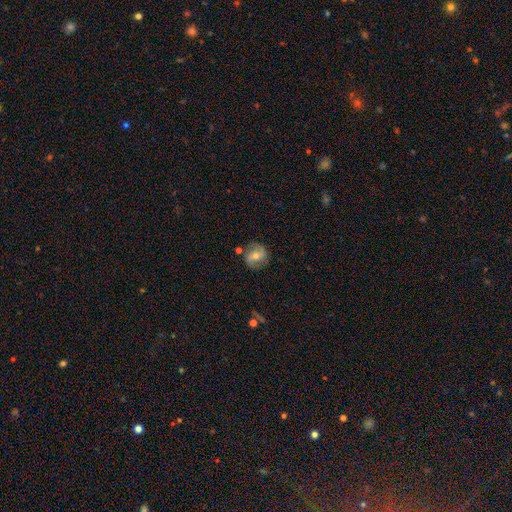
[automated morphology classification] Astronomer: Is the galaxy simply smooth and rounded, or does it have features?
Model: featured or disk — 60%.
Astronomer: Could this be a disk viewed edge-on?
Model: no — 96%.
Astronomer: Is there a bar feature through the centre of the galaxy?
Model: no — 42% (runner-up: weak, 39%).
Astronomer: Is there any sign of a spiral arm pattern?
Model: yes — 85%.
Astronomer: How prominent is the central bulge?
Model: moderate — 60%.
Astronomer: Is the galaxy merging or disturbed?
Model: none — 78%.